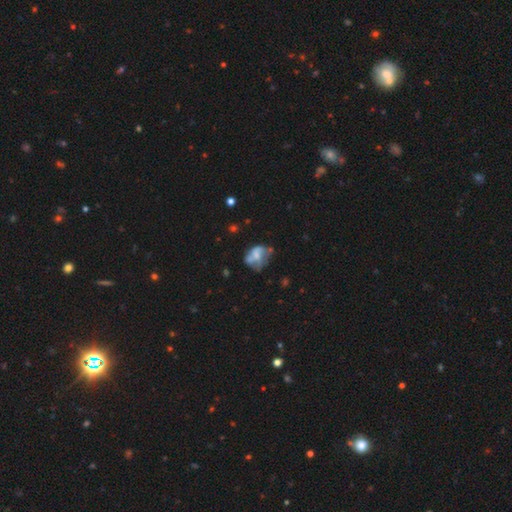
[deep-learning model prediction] smooth-or-featured: smooth: 47% | featured or disk: 42% | star or artifact: 11%
  merging: none: 31% | major disturbance: 28% | minor disturbance: 25% | merger: 16%